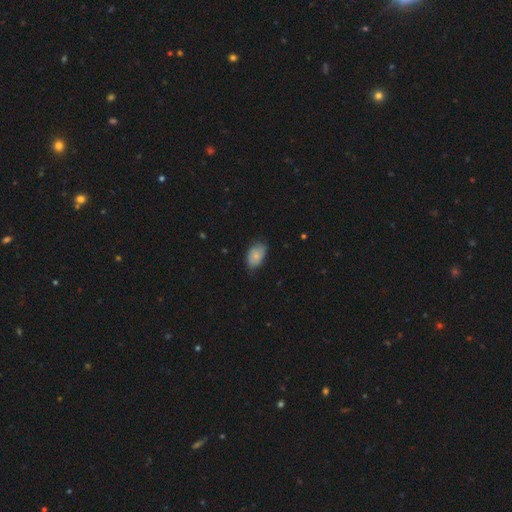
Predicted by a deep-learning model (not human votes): Smooth or featured?
  - smooth: 78% *
  - featured or disk: 15%
  - star or artifact: 7%
How rounded?
  - in between: 90% *
  - round: 9%
  - cigar-shaped: 1%
Merging?
  - none: 67% *
  - minor disturbance: 27%
  - major disturbance: 5%
  - merger: 1%